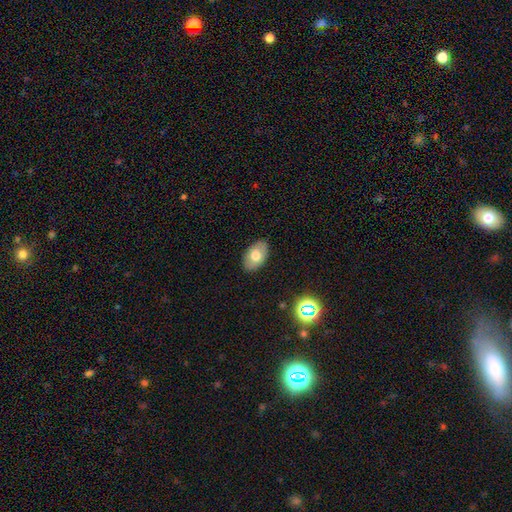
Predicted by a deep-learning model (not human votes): Overall: smooth (66%). How rounded: in between (89%). Merging: none (86%).